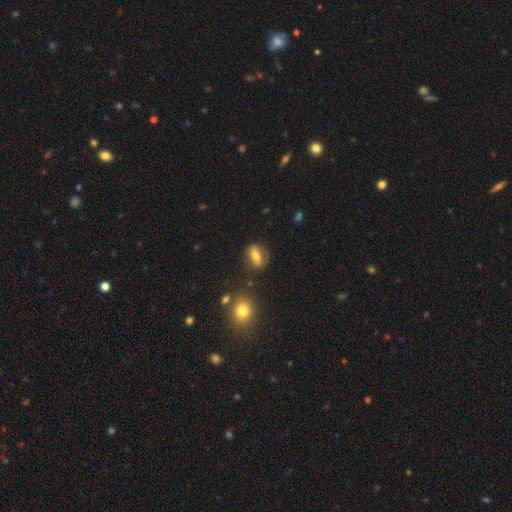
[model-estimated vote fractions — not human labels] This is likely a smooth galaxy (64%). How rounded: likely in between (71%). Merging: likely none (75%).